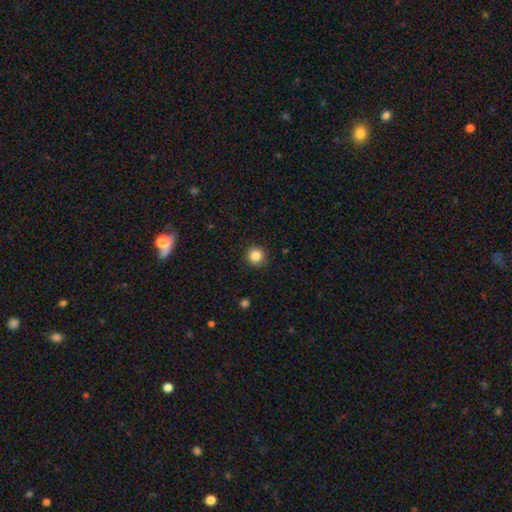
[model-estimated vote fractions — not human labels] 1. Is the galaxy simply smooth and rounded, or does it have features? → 85% smooth, 11% star or artifact, 4% featured or disk.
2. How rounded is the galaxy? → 95% round, 4% in between, 1% cigar-shaped.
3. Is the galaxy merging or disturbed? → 91% none, 6% minor disturbance, 2% major disturbance, 1% merger.